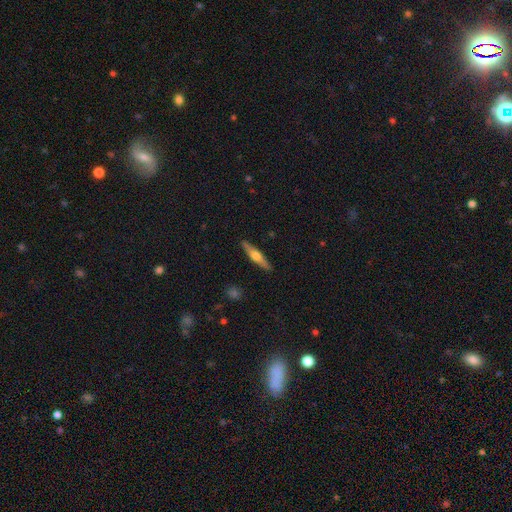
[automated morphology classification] smooth-or-featured: featured or disk: 60% | smooth: 34% | star or artifact: 6%
  disk-edge-on: yes: 96% | no: 4%
    edge-on-bulge: rounded: 93% | boxy: 4% | none: 3%
  merging: none: 91% | minor disturbance: 7% | major disturbance: 2% | merger: 1%